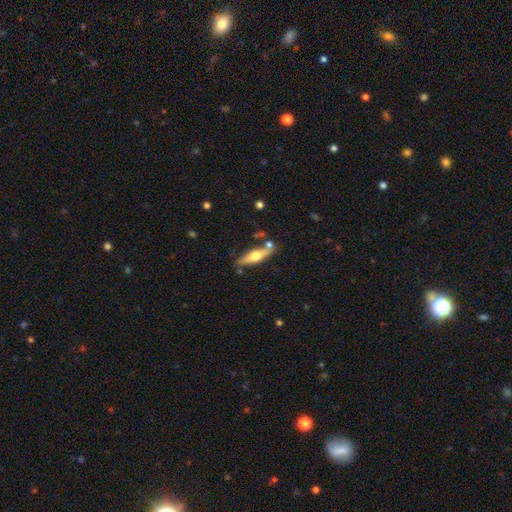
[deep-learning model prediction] Overall: featured or disk (53%; smooth 42%). Edge-on disk: yes (90%). Merging: none (74%).